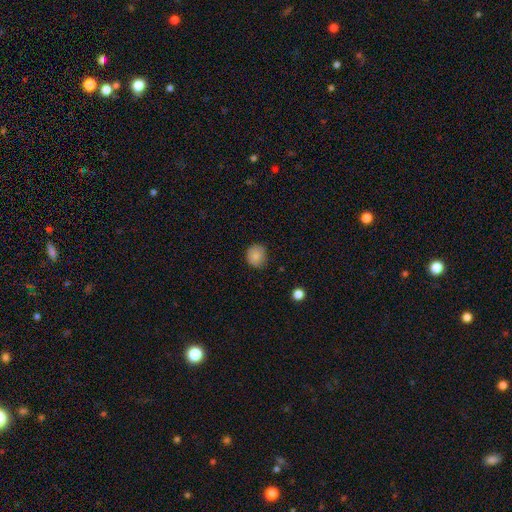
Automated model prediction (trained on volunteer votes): Q: Smooth or featured?
A: smooth (84%); runner-up: star or artifact (9%)
Q: How rounded?
A: round (83%); runner-up: in between (16%)
Q: Merging?
A: none (82%); runner-up: minor disturbance (14%)